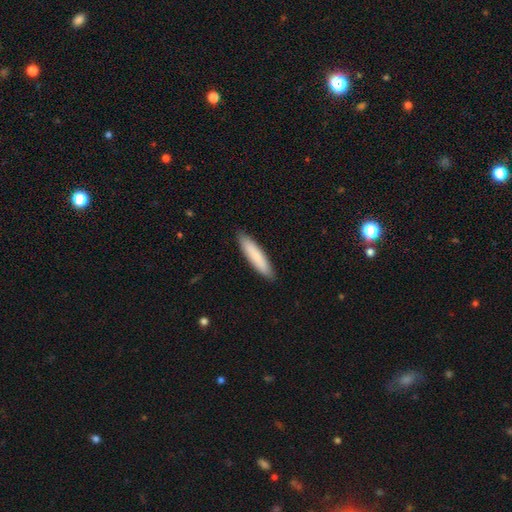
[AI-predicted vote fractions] Smooth or featured? smooth (83%)
How rounded? cigar-shaped (84%)
Merging? none (90%)